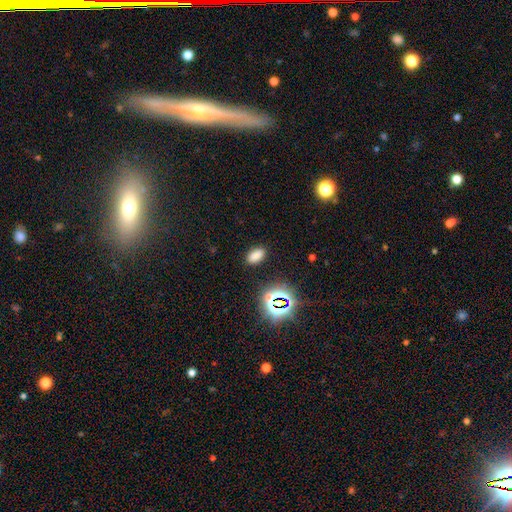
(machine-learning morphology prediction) This appears to be a smooth galaxy with no disk features (76%) that is in between round and cigar-shaped (90%). Merging: none (87%).